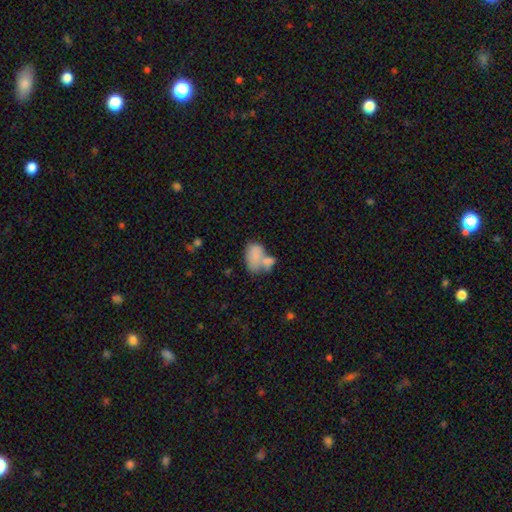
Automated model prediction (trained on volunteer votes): smooth 73%, featured or disk 19%, star or artifact 9%. Down the decision tree: how rounded — in between (85%); merging — merger (52%).